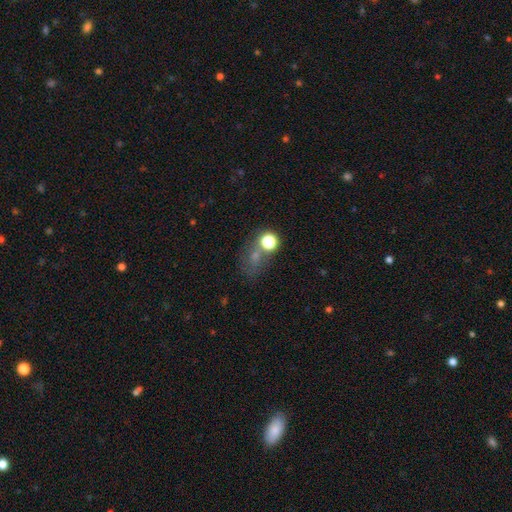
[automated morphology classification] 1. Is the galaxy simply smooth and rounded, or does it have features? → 52% smooth, 33% star or artifact, 15% featured or disk.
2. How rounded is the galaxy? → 56% round, 42% in between, 2% cigar-shaped.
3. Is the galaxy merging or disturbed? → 47% none, 24% merger, 15% major disturbance, 15% minor disturbance.